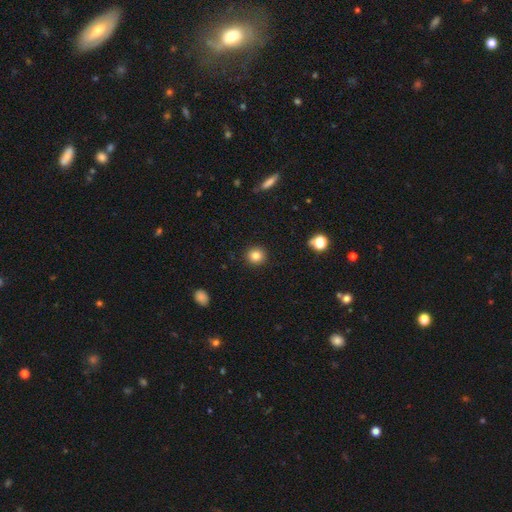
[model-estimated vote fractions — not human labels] Morphology: type=smooth (83%); roundness=round (92%); merging=none (92%).